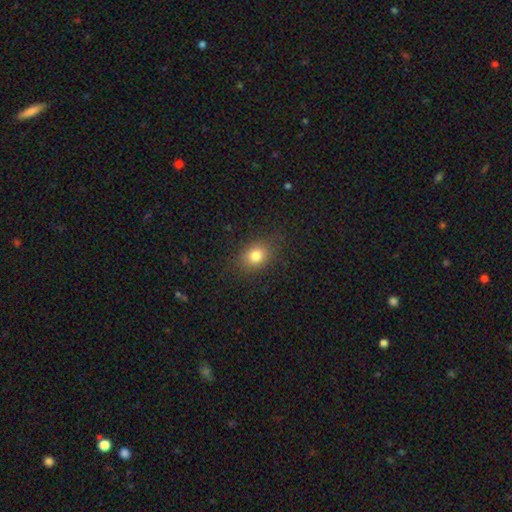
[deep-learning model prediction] Smooth or featured? smooth (81%)
How rounded? round (54%)
Merging? none (84%)